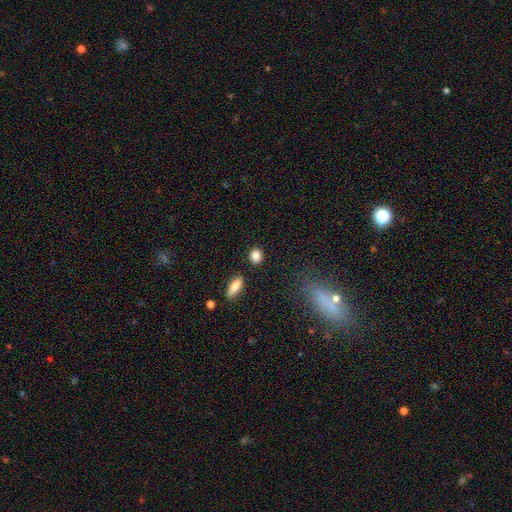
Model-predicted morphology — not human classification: Smooth or featured: smooth — 87% (star or artifact — 9%)
How rounded: round — 63% (in between — 34%)
Merging: none — 87% (minor disturbance — 8%)